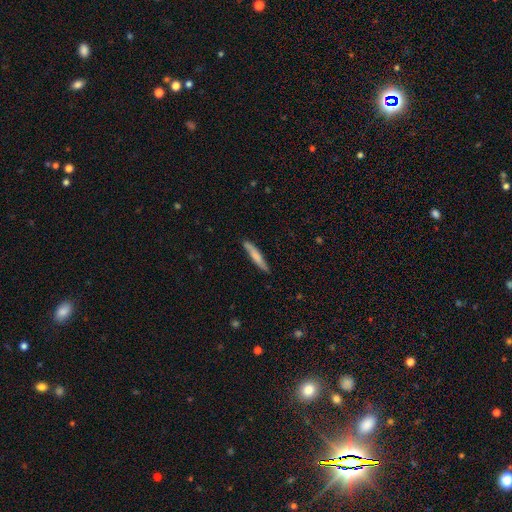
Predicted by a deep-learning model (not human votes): Smooth or featured: smooth — 66% (featured or disk — 29%)
How rounded: cigar-shaped — 93% (in between — 6%)
Merging: none — 83% (minor disturbance — 14%)